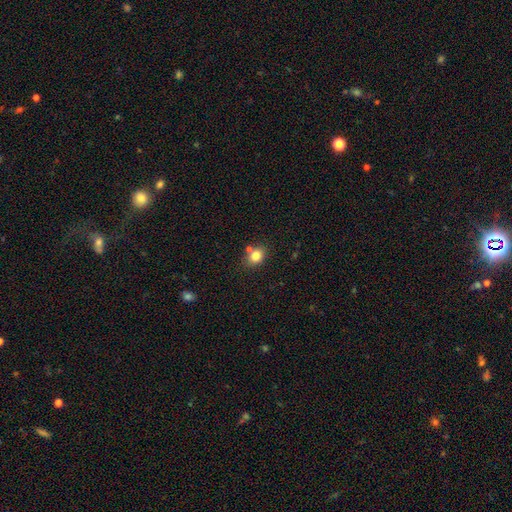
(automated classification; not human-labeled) Smooth or featured?
  - smooth: 81% *
  - star or artifact: 11%
  - featured or disk: 8%
How rounded?
  - round: 52% *
  - in between: 47%
  - cigar-shaped: 1%
Merging?
  - none: 70% *
  - merger: 15%
  - minor disturbance: 12%
  - major disturbance: 3%